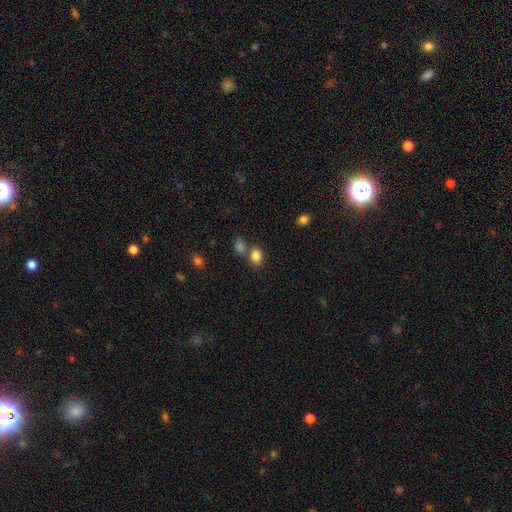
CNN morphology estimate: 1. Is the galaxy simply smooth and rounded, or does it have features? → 85% smooth, 10% star or artifact, 5% featured or disk.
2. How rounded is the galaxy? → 63% in between, 36% round, 1% cigar-shaped.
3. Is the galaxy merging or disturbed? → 60% none, 25% merger, 11% minor disturbance, 4% major disturbance.